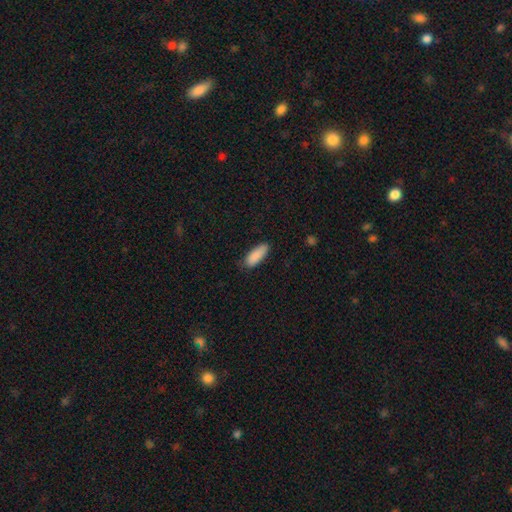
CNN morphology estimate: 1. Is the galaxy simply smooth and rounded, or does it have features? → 89% smooth, 6% star or artifact, 5% featured or disk.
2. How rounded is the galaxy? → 69% in between, 29% cigar-shaped, 2% round.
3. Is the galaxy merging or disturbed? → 77% none, 18% minor disturbance, 3% major disturbance, 1% merger.